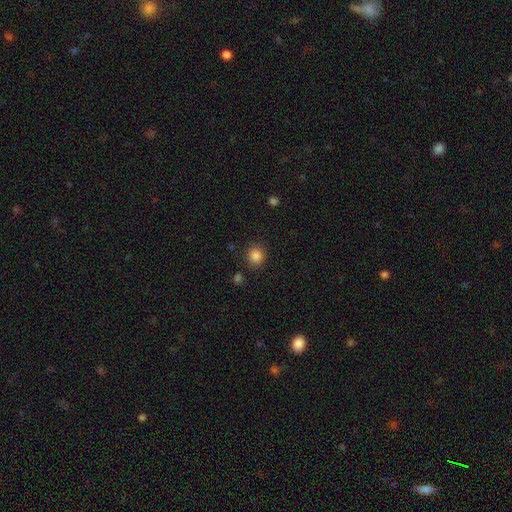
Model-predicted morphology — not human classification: A smooth galaxy with no disk features (85%) that is round (86%). Merging: none (87%).